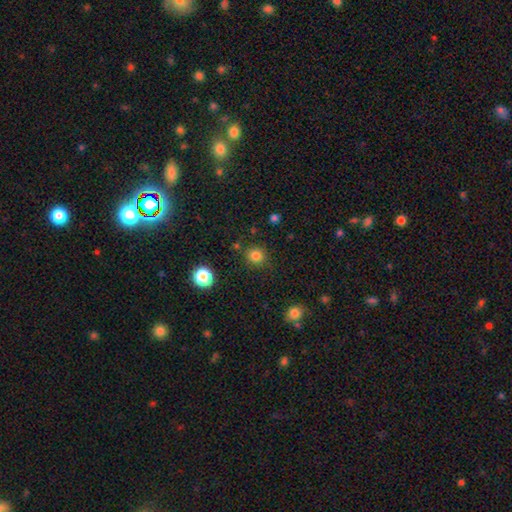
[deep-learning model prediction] This is clearly a smooth galaxy (81%). How rounded: clearly round (90%). Merging: clearly none (85%).